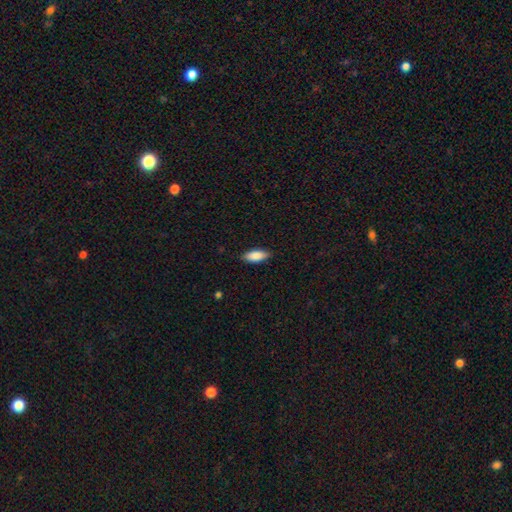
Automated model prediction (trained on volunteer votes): Morphology: type=smooth (87%); roundness=in between (83%); merging=none (86%).